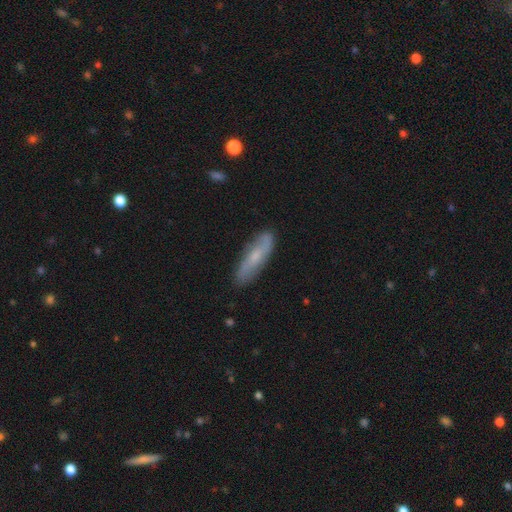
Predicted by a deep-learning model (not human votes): A featured or disk galaxy (50%). Merging: none (82%).